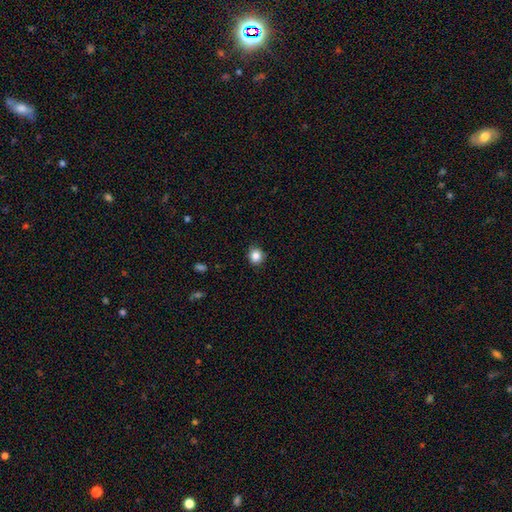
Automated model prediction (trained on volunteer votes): The model was most divided on "how rounded": round: 80%, in between: 19%, cigar-shaped: 1%. More confident: merging — none (88%); smooth or featured — smooth (85%).